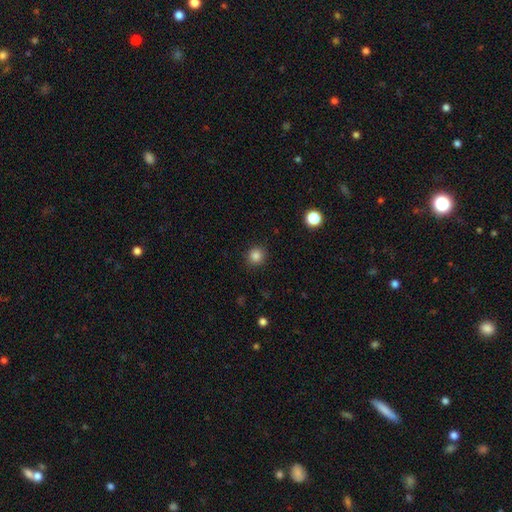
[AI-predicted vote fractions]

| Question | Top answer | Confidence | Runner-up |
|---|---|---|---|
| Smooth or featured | smooth | 84% | star or artifact (12%) |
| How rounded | round | 90% | in between (9%) |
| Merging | none | 90% | minor disturbance (6%) |